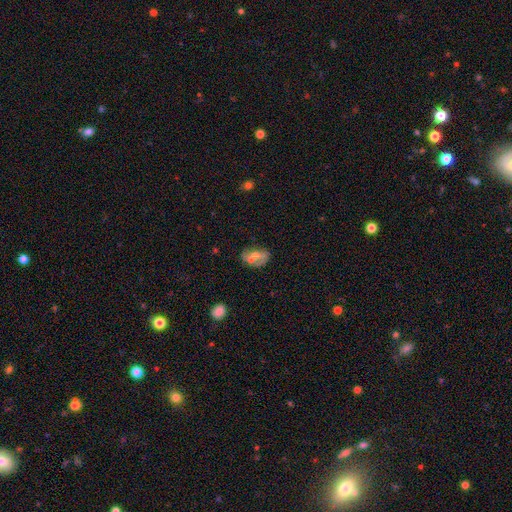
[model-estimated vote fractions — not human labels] Morphology: type=smooth (48%); merging=none (50%).